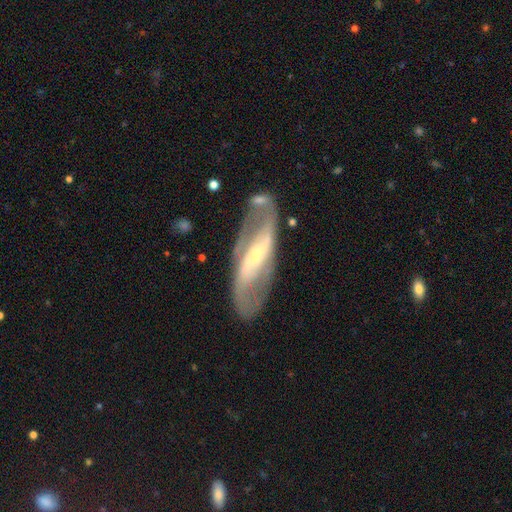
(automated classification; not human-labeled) A featured or disk galaxy (82%) with a strong bar (58%), 2 (84%) medium (40%) spiral arms (82%) and a small central bulge (65%). Merging: none (69%).